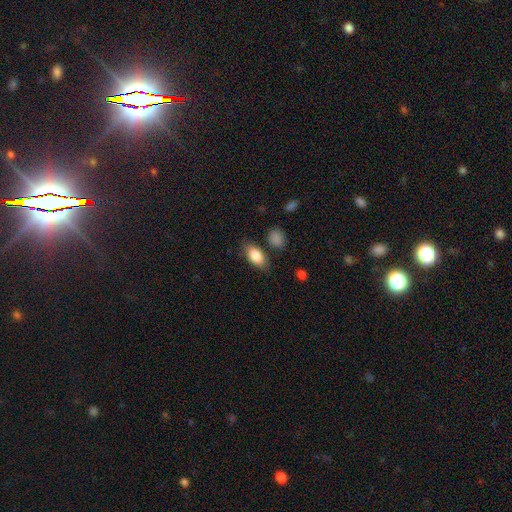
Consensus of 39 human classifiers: Volunteers were most divided on "merging": none: 68%, minor disturbance: 19%, major disturbance: 8%, merger: 5%. More confident: how rounded — in between (85%); smooth or featured — smooth (85%).